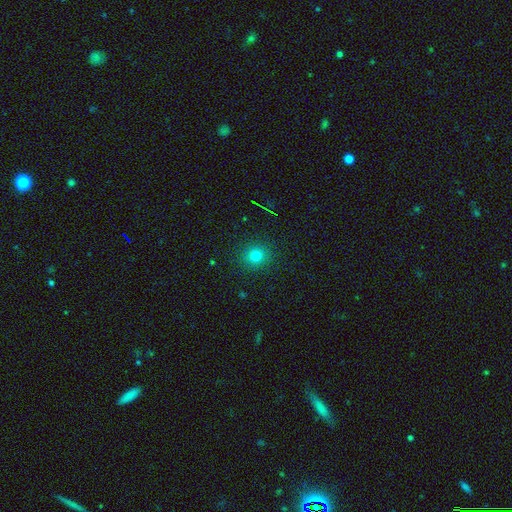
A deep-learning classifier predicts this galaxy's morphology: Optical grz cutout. It shows a smooth galaxy with no disk features (77%) that is round (87%). Merging: none (90%).